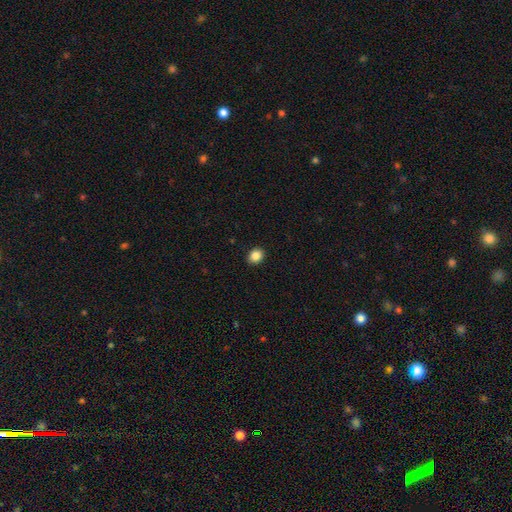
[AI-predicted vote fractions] Smooth or featured?
  - smooth: 87% *
  - star or artifact: 9%
  - featured or disk: 4%
How rounded?
  - round: 61% *
  - in between: 39%
  - cigar-shaped: 1%
Merging?
  - none: 92% *
  - minor disturbance: 6%
  - major disturbance: 2%
  - merger: 1%